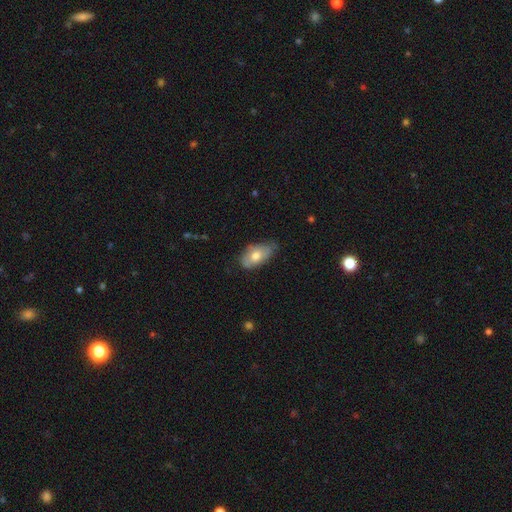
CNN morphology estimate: Overall: smooth (66%; featured or disk 27%). How rounded: in between (91%). Merging: none (50%; minor disturbance 38%).